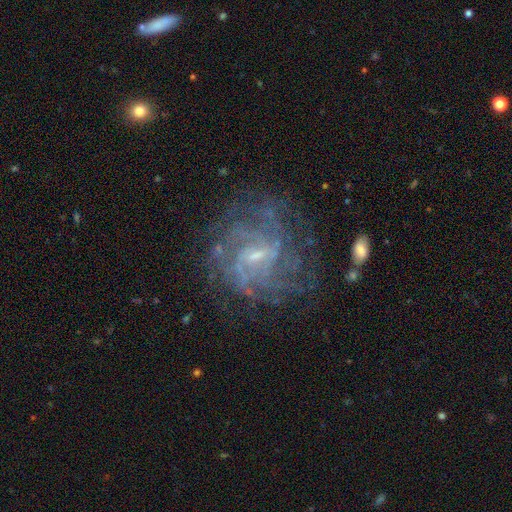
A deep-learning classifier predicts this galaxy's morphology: smooth_or_featured: featured or disk (p=0.82) [alt: star or artifact p=0.10]
disk_edge_on: no (p=0.97) [alt: yes p=0.03]
bar: weak (p=0.60) [alt: no p=0.24]
has_spiral_arms: yes (p=0.89) [alt: no p=0.11]
spiral_winding: tight (p=0.53) [alt: medium p=0.34]
spiral_arm_count: can't tell (p=0.47) [alt: 4 p=0.16]
bulge_size: small (p=0.69) [alt: moderate p=0.20]
merging: none (p=0.72) [alt: minor disturbance p=0.15]